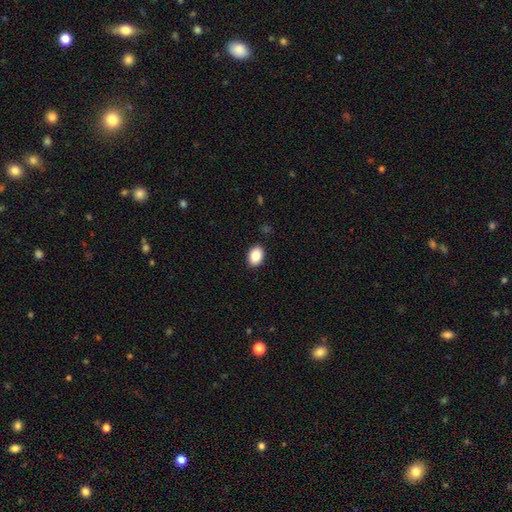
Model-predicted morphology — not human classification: smooth-or-featured: smooth: 87% | star or artifact: 8% | featured or disk: 5%
  how-rounded: in between: 78% | round: 21% | cigar-shaped: 1%
  merging: none: 90% | minor disturbance: 7% | major disturbance: 2% | merger: 1%